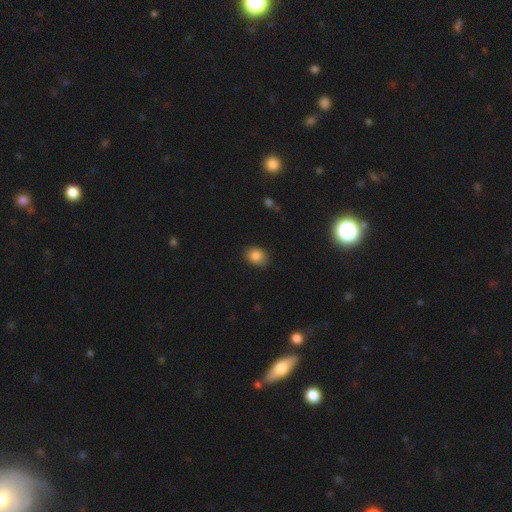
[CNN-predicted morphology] A smooth galaxy with no disk features (85%) that is in between round and cigar-shaped (57%).

Vote fractions:
- Smooth or featured? smooth: 85% / star or artifact: 9% / featured or disk: 6%
- How rounded? in between: 57% / round: 42% / cigar-shaped: 1%
- Merging? none: 83% / minor disturbance: 14% / major disturbance: 2% / merger: 1%